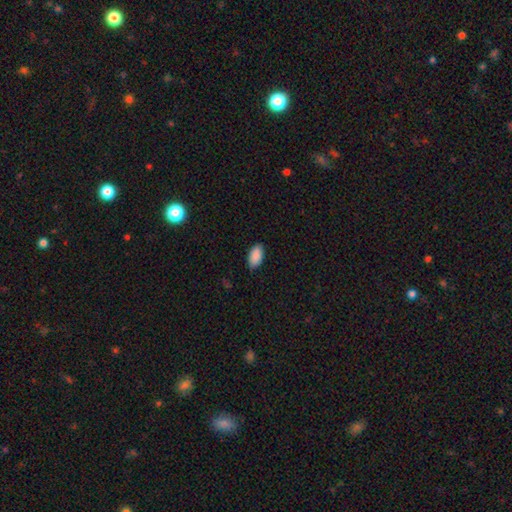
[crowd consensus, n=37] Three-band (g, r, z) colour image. It shows a smooth galaxy with no disk features (95%) that is in between round and cigar-shaped (83%). Merging: none (89%).